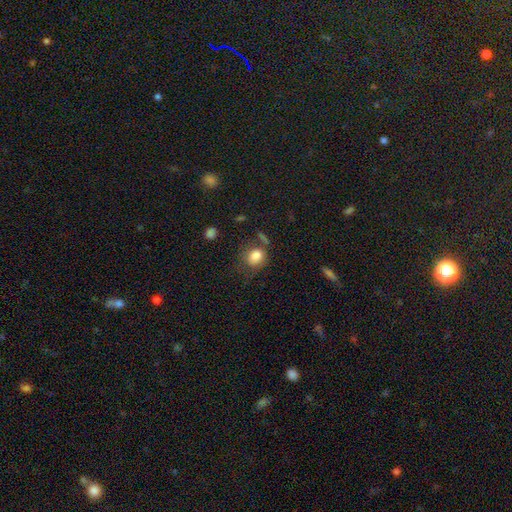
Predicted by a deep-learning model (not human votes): smooth-or-featured: smooth: 81% | star or artifact: 11% | featured or disk: 8%
  how-rounded: round: 57% | in between: 42% | cigar-shaped: 1%
  merging: none: 54% | minor disturbance: 23% | major disturbance: 14% | merger: 9%